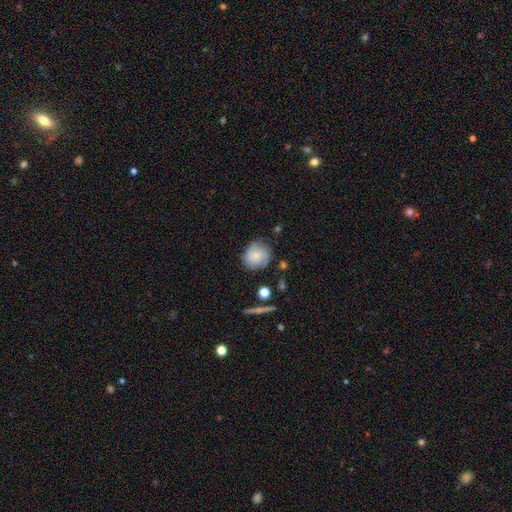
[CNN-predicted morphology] Smooth or featured? Predicted: smooth (p=0.61). How rounded? Predicted: round (p=0.76). Merging? Predicted: none (p=0.68).